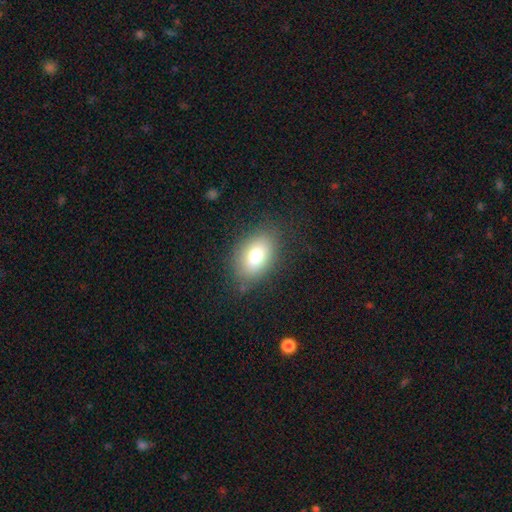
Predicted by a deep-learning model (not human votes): Overall: smooth (77%). How rounded: in between (85%). Merging: none (80%).